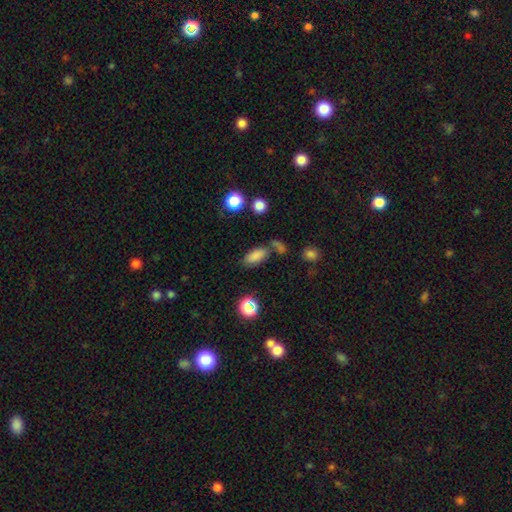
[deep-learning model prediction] A smooth galaxy with no disk features (81%) that is in between round and cigar-shaped (84%).

Vote fractions:
- Smooth or featured? smooth: 81% / star or artifact: 12% / featured or disk: 7%
- How rounded? in between: 84% / cigar-shaped: 11% / round: 5%
- Merging? none: 64% / merger: 15% / minor disturbance: 15% / major disturbance: 6%